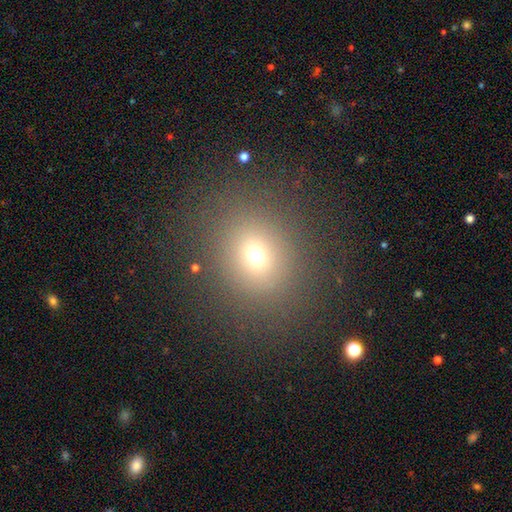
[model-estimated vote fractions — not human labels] Smooth or featured? smooth (68%)
How rounded? round (72%)
Merging? none (84%)